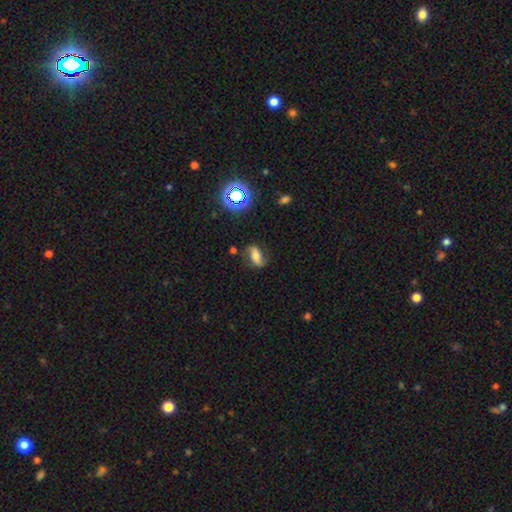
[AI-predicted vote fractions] This is possibly a smooth galaxy (48%). Merging: likely none (69%).